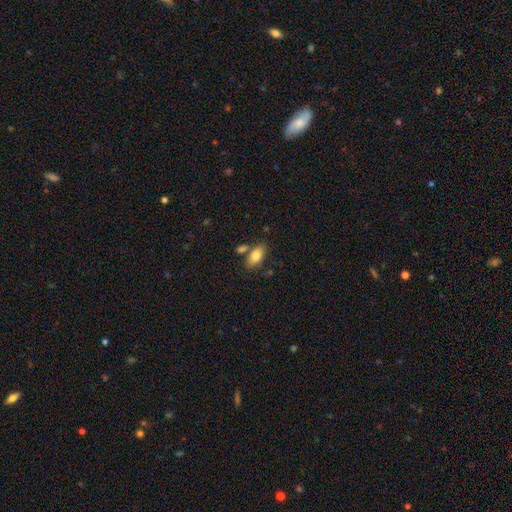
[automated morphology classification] Smooth or featured?
  - smooth: 82% *
  - featured or disk: 11%
  - star or artifact: 7%
How rounded?
  - in between: 91% *
  - round: 5%
  - cigar-shaped: 4%
Merging?
  - none: 68% *
  - merger: 17%
  - minor disturbance: 13%
  - major disturbance: 3%